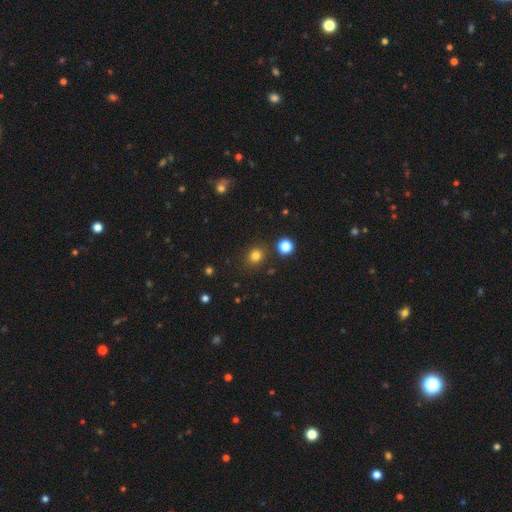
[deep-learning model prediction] Q: Smooth or featured?
A: smooth (80%); runner-up: star or artifact (15%)
Q: How rounded?
A: round (73%); runner-up: in between (26%)
Q: Merging?
A: none (85%); runner-up: minor disturbance (9%)